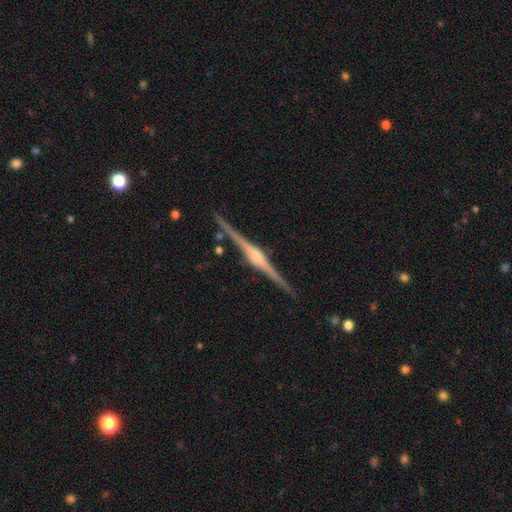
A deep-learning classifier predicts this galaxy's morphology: Smooth or featured? featured or disk (89%)
Edge-on disk? yes (99%)
Edge-on bulge? rounded (83%)
Merging? none (91%)